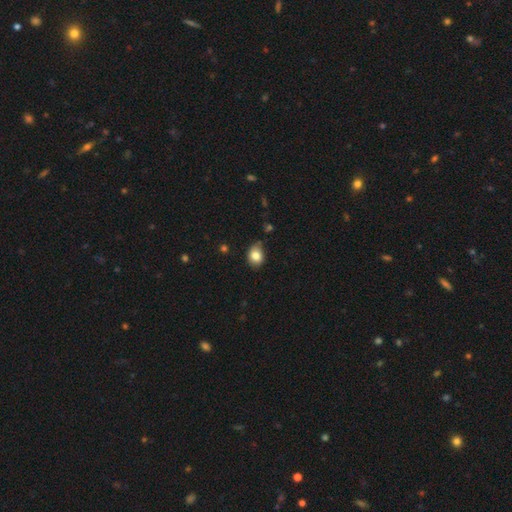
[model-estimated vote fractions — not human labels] Smooth or featured: smooth — 82% (star or artifact — 10%)
How rounded: in between — 51% (round — 48%)
Merging: none — 67% (minor disturbance — 26%)